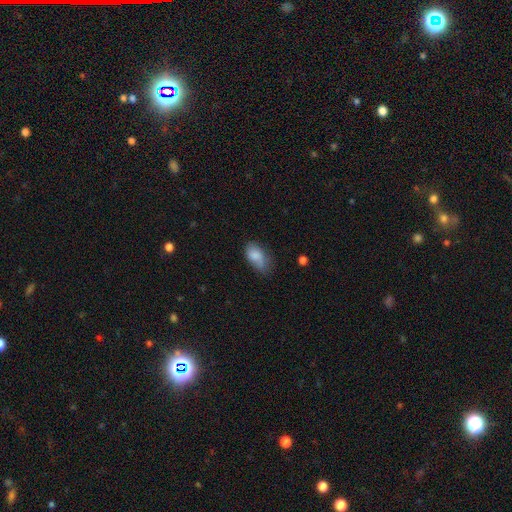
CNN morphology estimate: This appears to be a smooth galaxy with no disk features (79%) that is in between round and cigar-shaped (91%). Merging: none (47%).